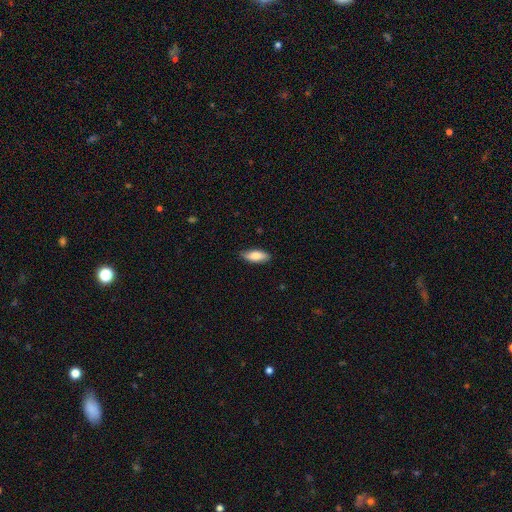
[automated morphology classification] Overall: smooth (82%). How rounded: in between (78%). Merging: none (81%).